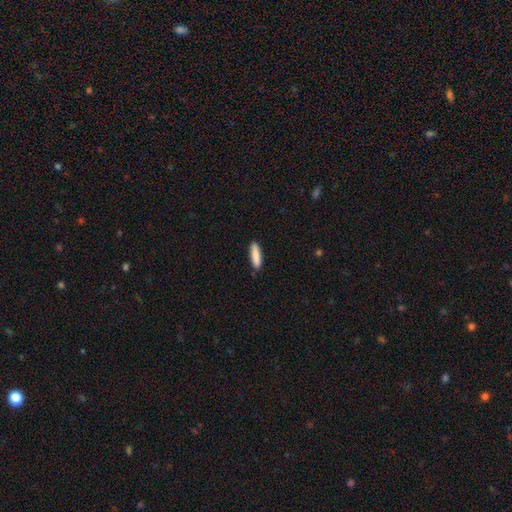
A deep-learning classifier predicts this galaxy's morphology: smooth_or_featured: smooth (p=0.87) [alt: featured or disk p=0.07]
how_rounded: cigar-shaped (p=0.74) [alt: in between p=0.25]
merging: none (p=0.87) [alt: minor disturbance p=0.10]